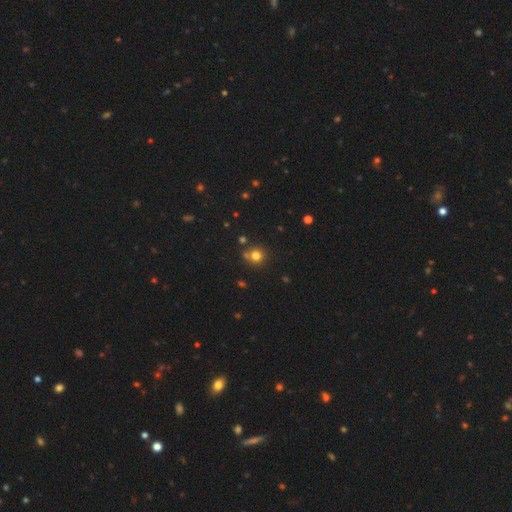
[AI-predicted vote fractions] This appears to be a smooth galaxy with no disk features (77%) that is round (90%). Merging: none (70%).